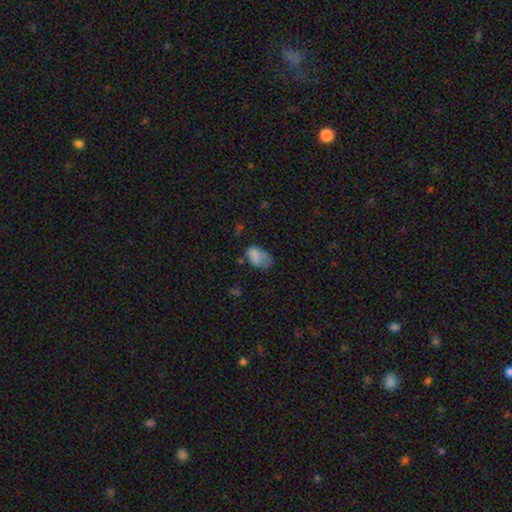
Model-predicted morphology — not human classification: Q: Smooth or featured?
A: smooth (75%); runner-up: featured or disk (14%)
Q: How rounded?
A: in between (87%); runner-up: round (12%)
Q: Merging?
A: minor disturbance (34%); runner-up: none (31%)